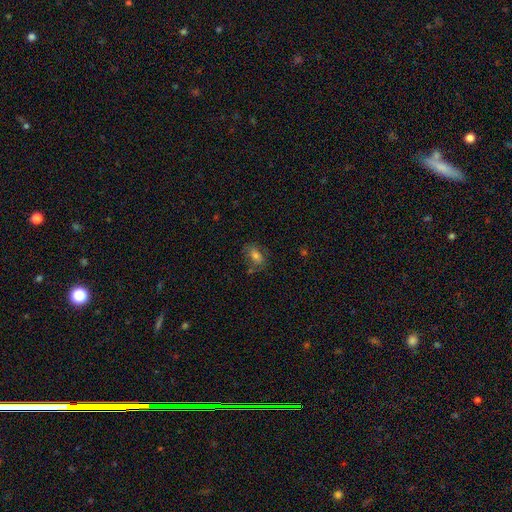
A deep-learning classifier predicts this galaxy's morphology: Smooth or featured: smooth — 69% (featured or disk — 21%)
How rounded: in between — 84% (round — 12%)
Merging: none — 66% (minor disturbance — 20%)